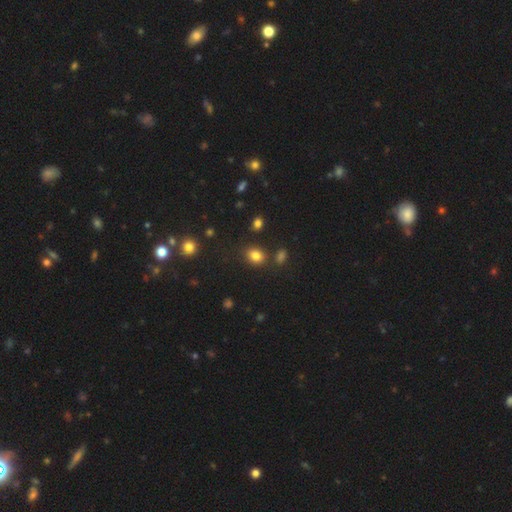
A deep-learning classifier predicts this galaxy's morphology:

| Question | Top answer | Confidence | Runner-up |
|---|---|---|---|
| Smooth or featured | smooth | 82% | star or artifact (12%) |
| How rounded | in between | 55% | round (44%) |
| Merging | none | 79% | minor disturbance (11%) |